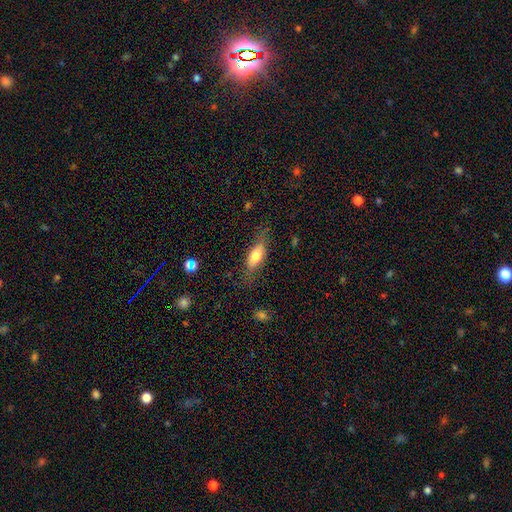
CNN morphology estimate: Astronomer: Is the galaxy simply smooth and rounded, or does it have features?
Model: smooth — 68%.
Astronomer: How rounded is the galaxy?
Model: in between — 70%.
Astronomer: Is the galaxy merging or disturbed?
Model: none — 70%.